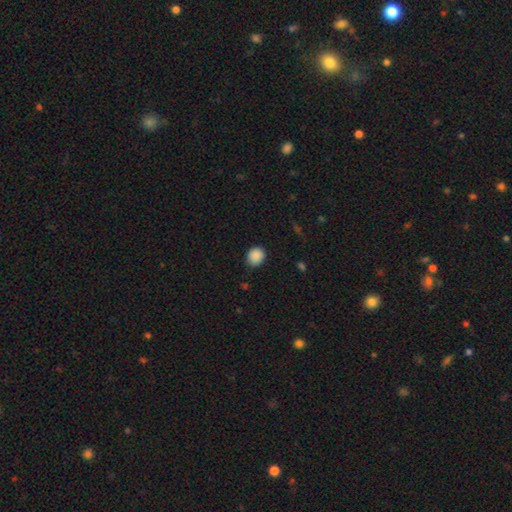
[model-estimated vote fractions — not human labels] Q: Smooth or featured?
A: smooth (88%); runner-up: star or artifact (9%)
Q: How rounded?
A: round (77%); runner-up: in between (22%)
Q: Merging?
A: none (82%); runner-up: minor disturbance (14%)